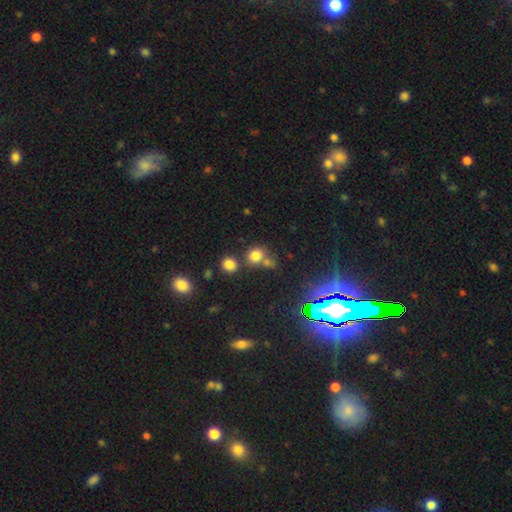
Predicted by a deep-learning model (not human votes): smooth-or-featured: smooth: 74% | star or artifact: 19% | featured or disk: 7%
  how-rounded: round: 75% | in between: 24% | cigar-shaped: 1%
  merging: none: 55% | merger: 30% | minor disturbance: 10% | major disturbance: 5%